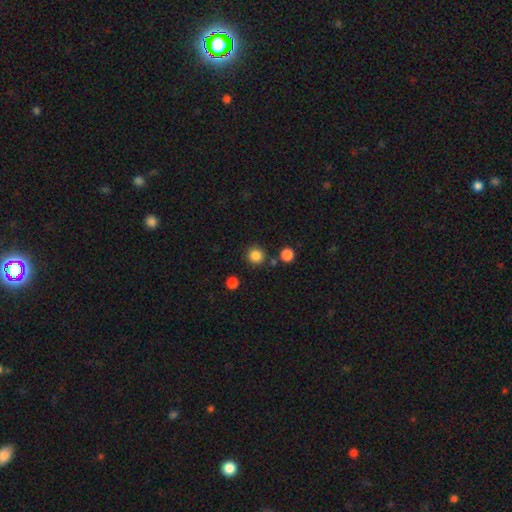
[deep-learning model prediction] Q: Smooth or featured?
A: smooth (85%); runner-up: star or artifact (12%)
Q: How rounded?
A: round (95%); runner-up: in between (5%)
Q: Merging?
A: none (87%); runner-up: minor disturbance (6%)